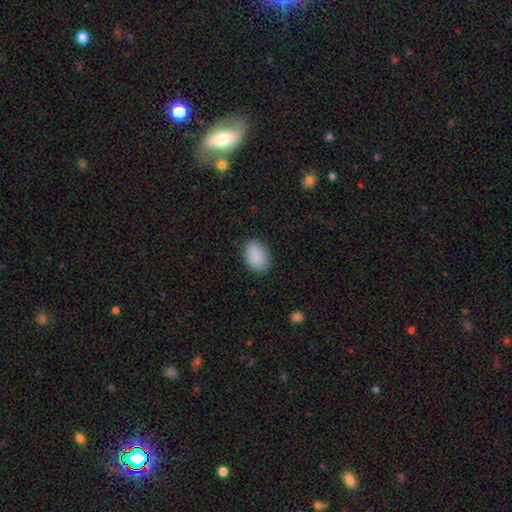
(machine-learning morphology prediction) smooth 90%, star or artifact 7%, featured or disk 3%. Down the decision tree: how rounded — in between (88%); merging — none (85%).